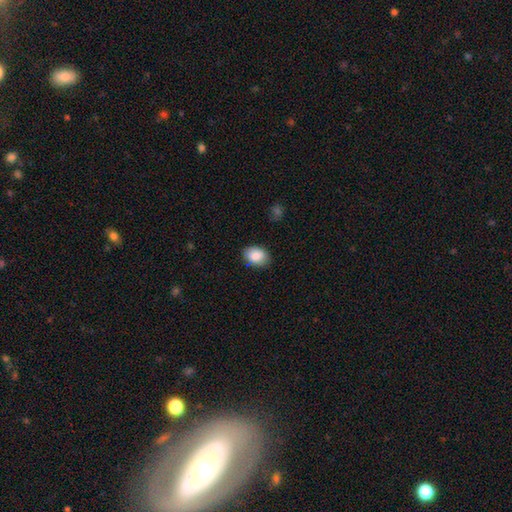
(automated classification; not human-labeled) smooth-or-featured: smooth: 86% | star or artifact: 7% | featured or disk: 7%
  how-rounded: in between: 78% | round: 21% | cigar-shaped: 1%
  merging: none: 81% | minor disturbance: 15% | major disturbance: 3% | merger: 1%